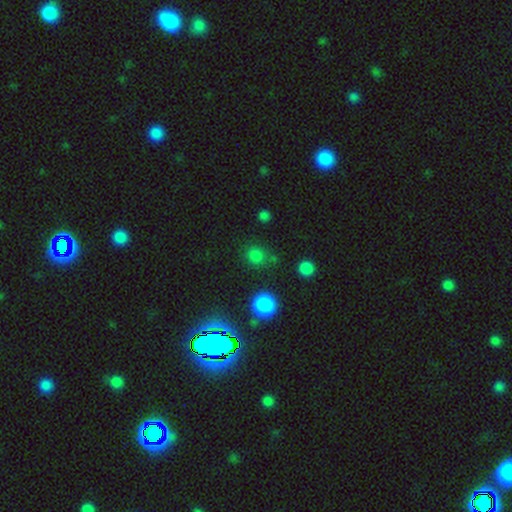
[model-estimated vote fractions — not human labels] smooth 75%, star or artifact 21%, featured or disk 5%. Down the decision tree: how rounded — round (87%); merging — none (79%).